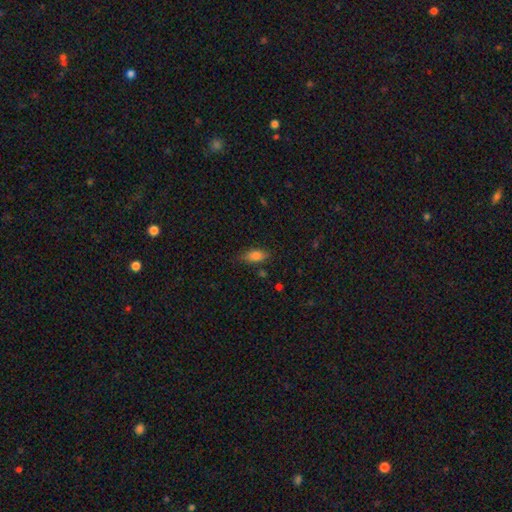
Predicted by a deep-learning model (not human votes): This appears to be a smooth galaxy with no disk features (83%) that is in between round and cigar-shaped (84%). Merging: none (75%).